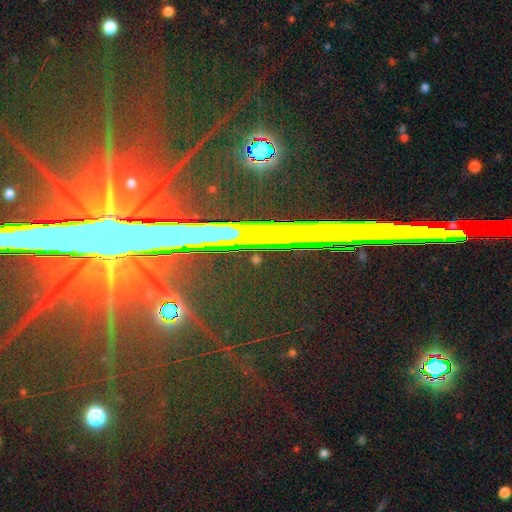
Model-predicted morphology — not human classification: Q: Smooth or featured?
A: star or artifact (73%); runner-up: featured or disk (19%)